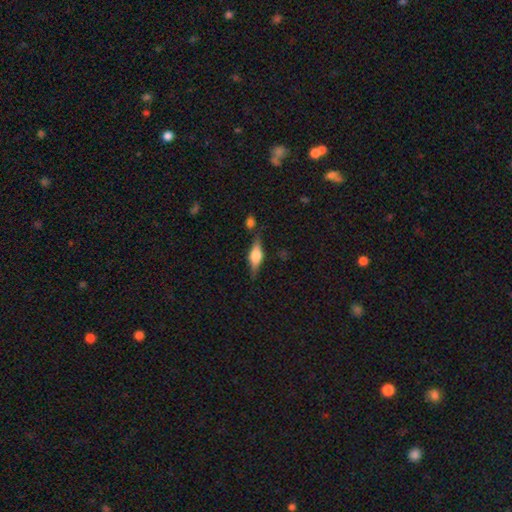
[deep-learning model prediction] Smooth or featured: featured or disk — 61% (smooth — 31%)
Edge-on disk: yes — 95% (no — 5%)
Edge-on bulge: rounded — 87% (boxy — 11%)
Merging: none — 76% (minor disturbance — 14%)